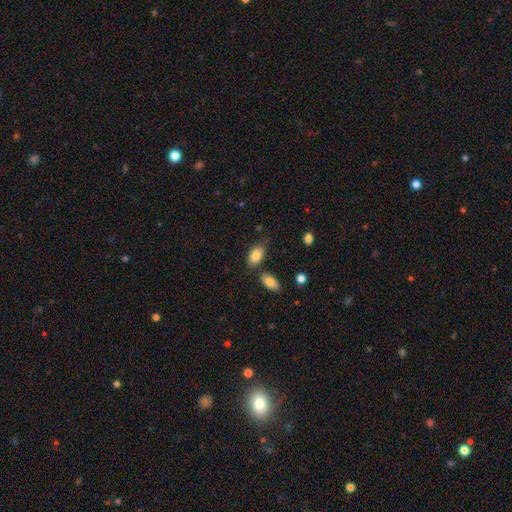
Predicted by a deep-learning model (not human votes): A smooth galaxy with no disk features (84%) that is in between round and cigar-shaped (92%).

Vote fractions:
- Smooth or featured? smooth: 84% / featured or disk: 9% / star or artifact: 7%
- How rounded? in between: 92% / round: 6% / cigar-shaped: 3%
- Merging? none: 66% / minor disturbance: 17% / merger: 12% / major disturbance: 4%